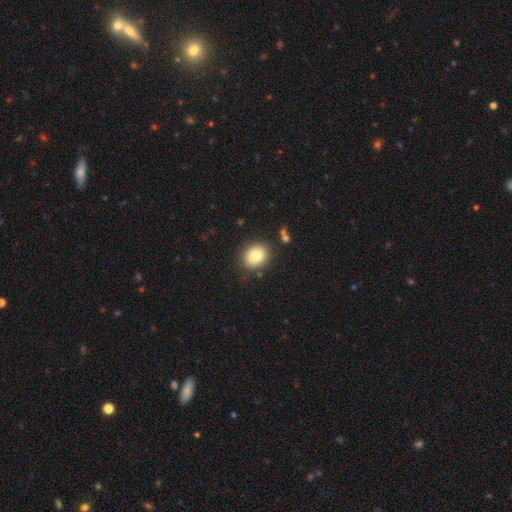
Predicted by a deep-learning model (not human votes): Overall: smooth (82%). How rounded: round (55%; in between 44%). Merging: none (85%).